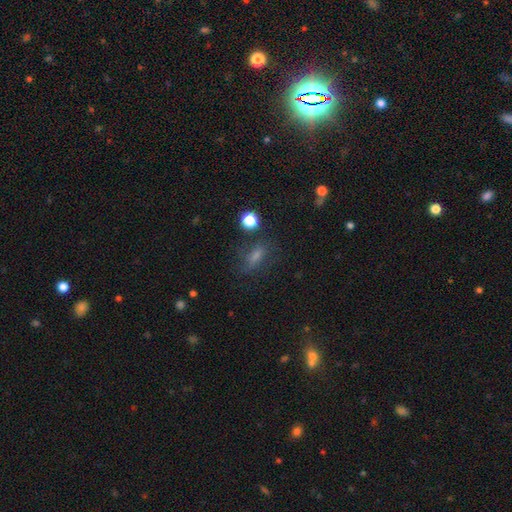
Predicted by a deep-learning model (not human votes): smooth-or-featured: smooth: 52% | star or artifact: 27% | featured or disk: 21%
  how-rounded: in between: 55% | cigar-shaped: 30% | round: 14%
  merging: none: 67% | minor disturbance: 18% | major disturbance: 11% | merger: 4%